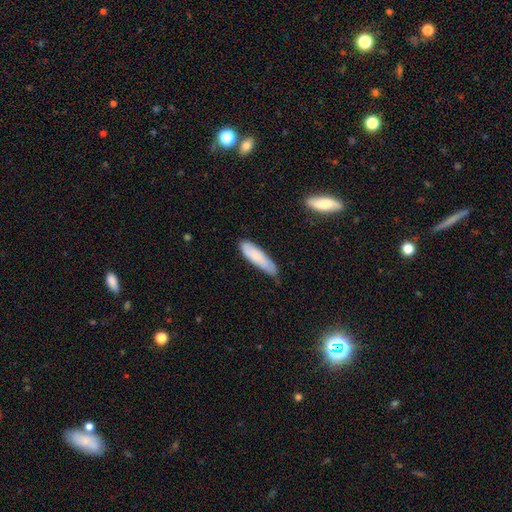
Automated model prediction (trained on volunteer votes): Smooth or featured? Predicted: smooth (p=0.78). How rounded? Predicted: cigar-shaped (p=0.69). Merging? Predicted: none (p=0.64).